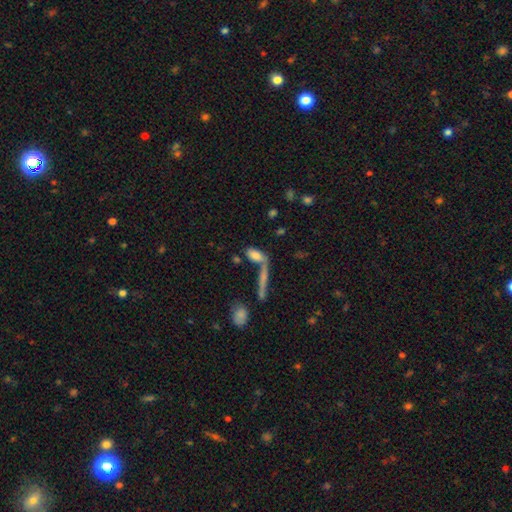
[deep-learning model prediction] Smooth or featured? Predicted: smooth (p=0.74). How rounded? Predicted: in between (p=0.75). Merging? Predicted: none (p=0.41).